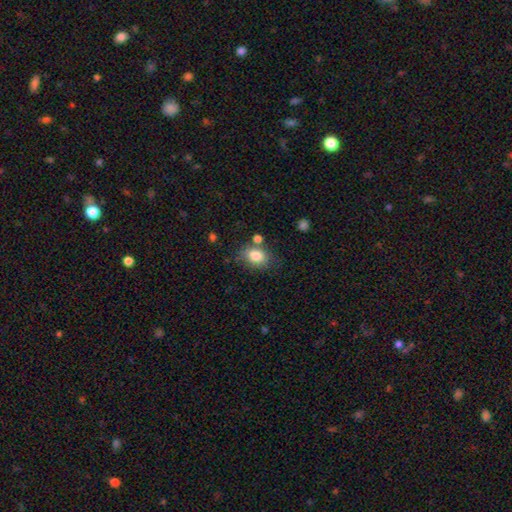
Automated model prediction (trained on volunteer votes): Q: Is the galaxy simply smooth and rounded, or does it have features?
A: smooth — 82%.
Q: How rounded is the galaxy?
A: in between — 64%.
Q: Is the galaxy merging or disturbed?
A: none — 67%.